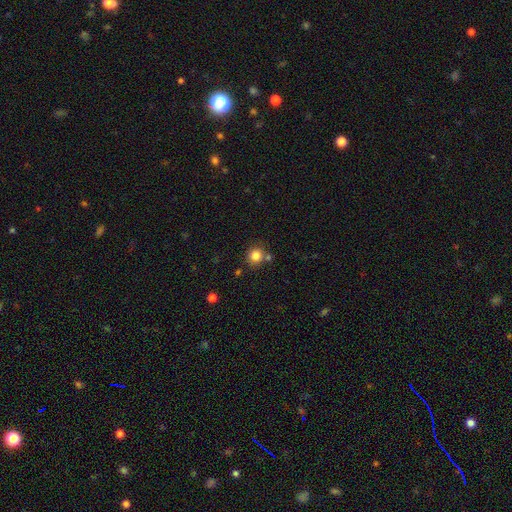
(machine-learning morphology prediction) A smooth galaxy with no disk features (82%) that is round (90%).

Vote fractions:
- Smooth or featured? smooth: 82% / star or artifact: 12% / featured or disk: 6%
- How rounded? round: 90% / in between: 9% / cigar-shaped: 1%
- Merging? none: 75% / merger: 13% / minor disturbance: 9% / major disturbance: 3%